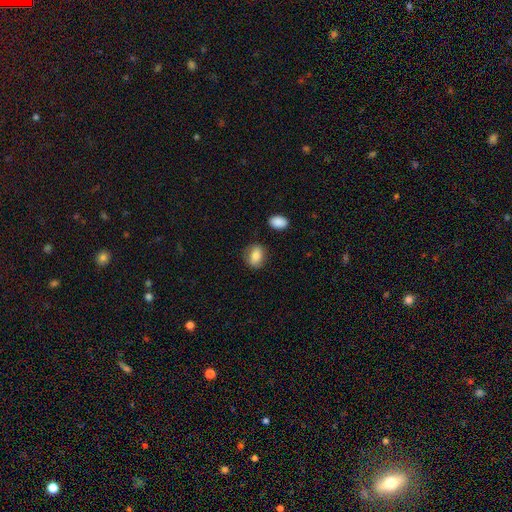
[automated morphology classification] A smooth galaxy with no disk features (79%) that is in between round and cigar-shaped (65%).

Vote fractions:
- Smooth or featured? smooth: 79% / featured or disk: 13% / star or artifact: 8%
- How rounded? in between: 65% / round: 33% / cigar-shaped: 2%
- Merging? none: 80% / minor disturbance: 14% / major disturbance: 3% / merger: 3%